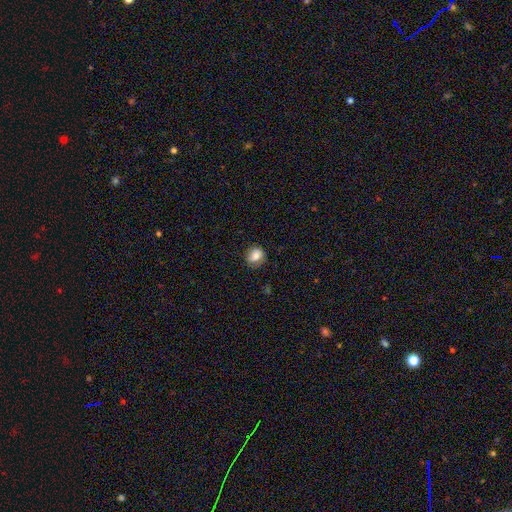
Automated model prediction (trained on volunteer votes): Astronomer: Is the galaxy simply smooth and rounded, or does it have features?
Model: smooth — 81%.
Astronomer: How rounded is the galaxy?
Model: round — 69%.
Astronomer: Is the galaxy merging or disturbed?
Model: none — 83%.